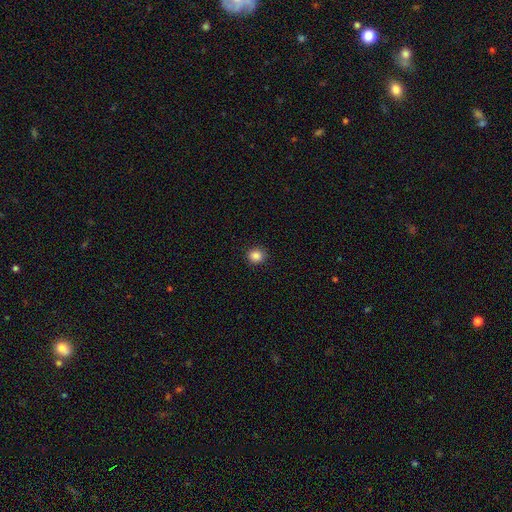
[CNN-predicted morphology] smooth_or_featured: smooth (p=0.86) [alt: star or artifact p=0.11]
how_rounded: round (p=0.87) [alt: in between p=0.12]
merging: none (p=0.92) [alt: minor disturbance p=0.06]